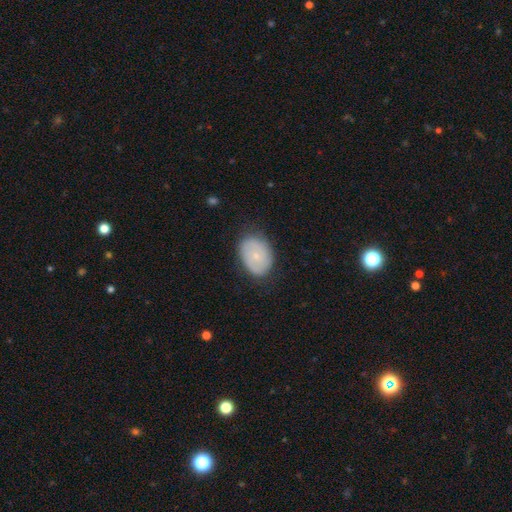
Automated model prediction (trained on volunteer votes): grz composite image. It shows a smooth galaxy with no disk features (57%) that is in between round and cigar-shaped (74%). Merging: none (75%).